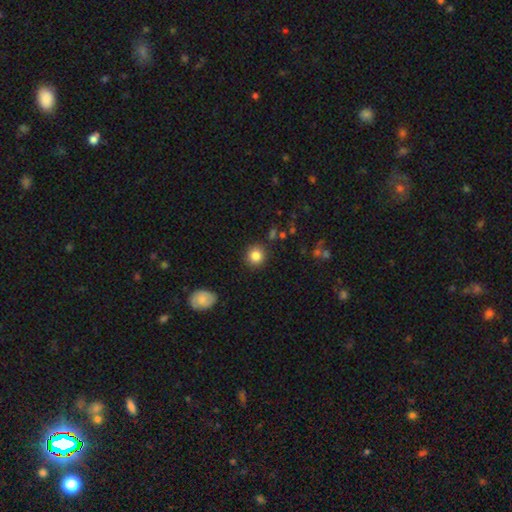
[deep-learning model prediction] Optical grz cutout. It shows a smooth galaxy with no disk features (85%) that is round (90%). Merging: none (89%).